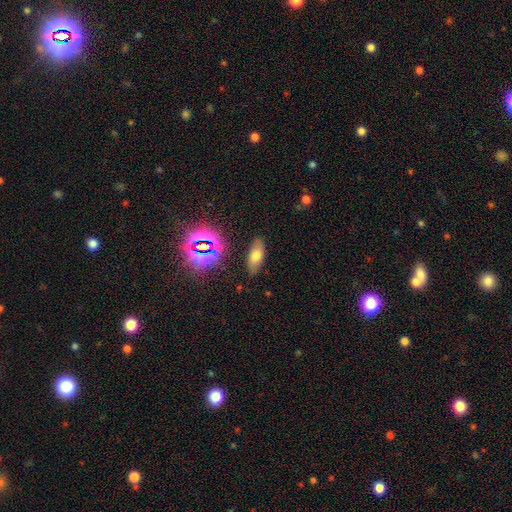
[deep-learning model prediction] smooth-or-featured: smooth: 65% | star or artifact: 18% | featured or disk: 17%
  how-rounded: in between: 81% | cigar-shaped: 15% | round: 4%
  merging: none: 83% | minor disturbance: 12% | major disturbance: 3% | merger: 2%